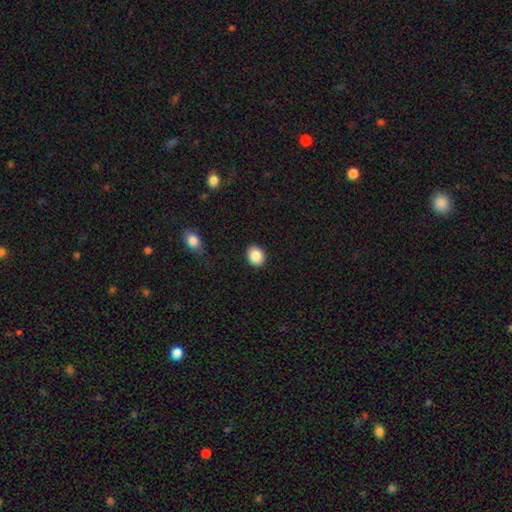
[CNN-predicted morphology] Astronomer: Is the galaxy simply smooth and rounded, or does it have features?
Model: smooth — 87%.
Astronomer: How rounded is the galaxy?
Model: round — 61% (runner-up: in between, 38%).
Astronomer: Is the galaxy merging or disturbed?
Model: none — 90%.